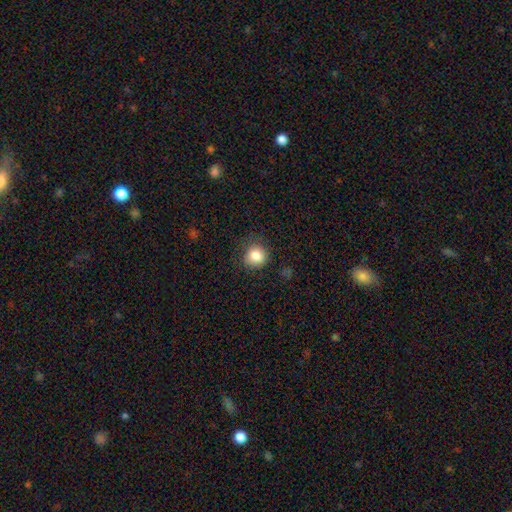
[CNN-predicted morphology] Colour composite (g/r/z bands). It shows a smooth galaxy with no disk features (85%) that is round (83%). Merging: none (77%).